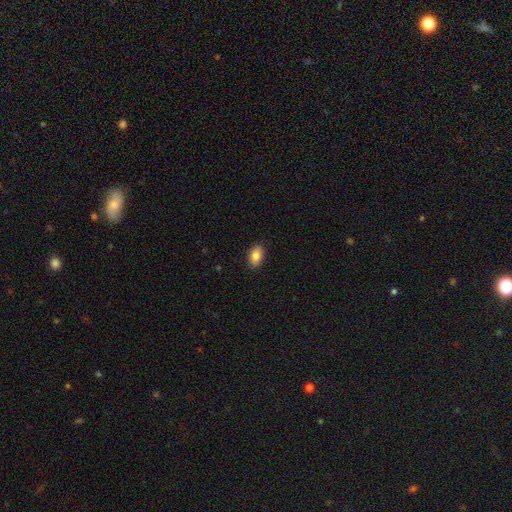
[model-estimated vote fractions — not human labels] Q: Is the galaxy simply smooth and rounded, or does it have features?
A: smooth — 86%.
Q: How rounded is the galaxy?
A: in between — 90%.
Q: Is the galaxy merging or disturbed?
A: none — 89%.